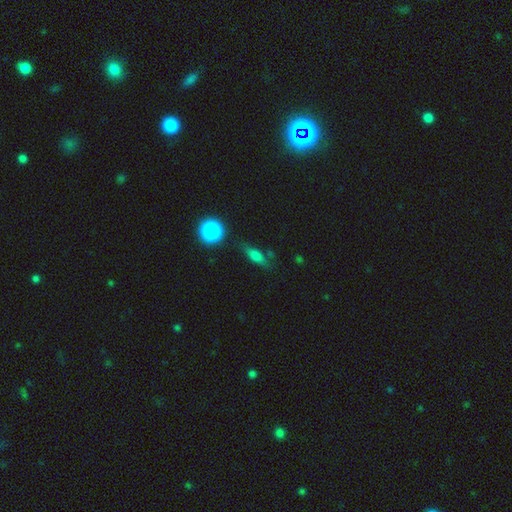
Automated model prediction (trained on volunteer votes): Smooth or featured: smooth — 59% (featured or disk — 25%)
How rounded: in between — 47% (cigar-shaped — 41%)
Merging: none — 74% (minor disturbance — 16%)